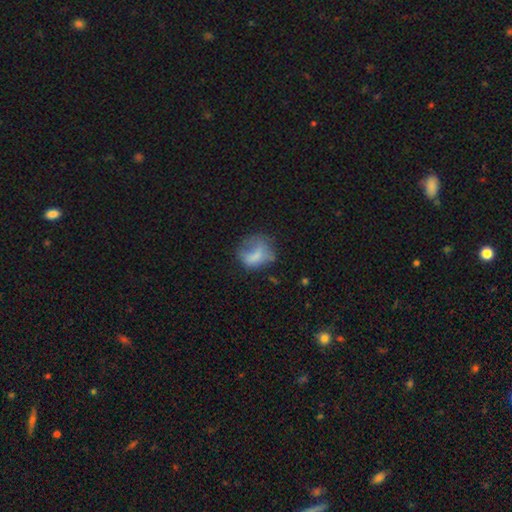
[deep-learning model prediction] The model was most divided on "merging": none: 35%, major disturbance: 33%, minor disturbance: 27%, merger: 5%. More confident: smooth or featured — smooth (63%); how rounded — round (54%).